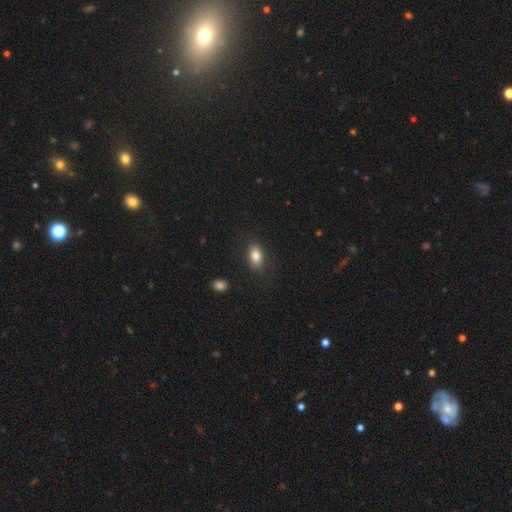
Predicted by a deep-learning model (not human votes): This is clearly a smooth galaxy (83%). How rounded: clearly in between (86%). Merging: clearly none (83%).